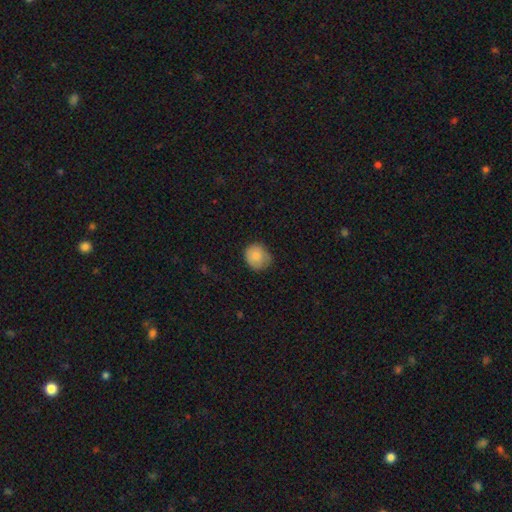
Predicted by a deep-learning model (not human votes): Overall: smooth (84%). How rounded: round (86%). Merging: none (71%).